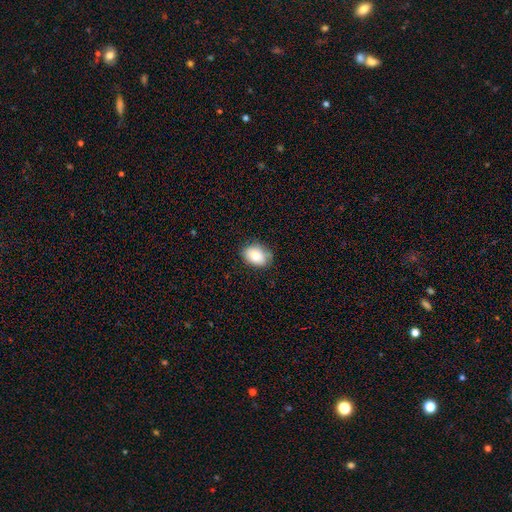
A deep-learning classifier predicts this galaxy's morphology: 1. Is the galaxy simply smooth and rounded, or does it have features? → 81% smooth, 11% featured or disk, 8% star or artifact.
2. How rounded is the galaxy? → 73% in between, 26% round, 1% cigar-shaped.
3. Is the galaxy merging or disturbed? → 71% none, 23% minor disturbance, 4% major disturbance, 2% merger.